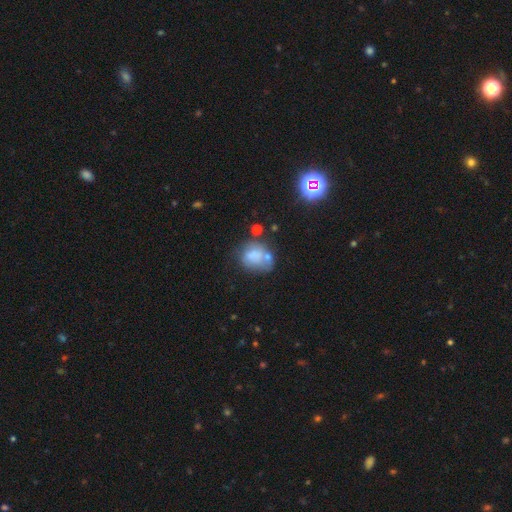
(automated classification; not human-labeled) This is likely a smooth galaxy (66%). How rounded: possibly round (58%). Merging: marginally none (38%).